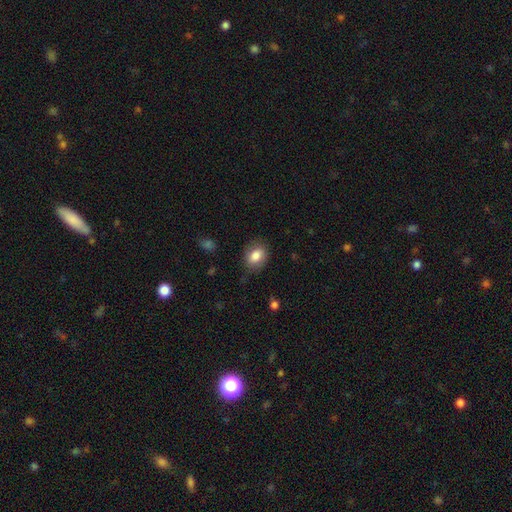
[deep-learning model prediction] smooth_or_featured: smooth (p=0.82) [alt: featured or disk p=0.09]
how_rounded: in between (p=0.65) [alt: round p=0.34]
merging: none (p=0.81) [alt: minor disturbance p=0.14]